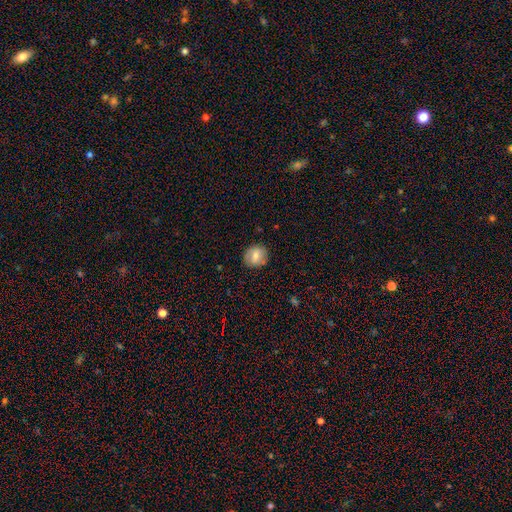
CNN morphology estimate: Q: Smooth or featured?
A: smooth (67%); runner-up: featured or disk (25%)
Q: How rounded?
A: round (78%); runner-up: in between (21%)
Q: Merging?
A: none (84%); runner-up: minor disturbance (12%)